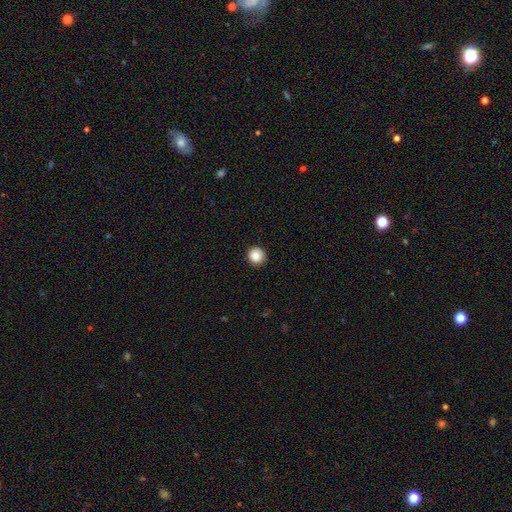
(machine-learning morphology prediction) Smooth or featured: smooth — 87% (star or artifact — 10%)
How rounded: round — 93% (in between — 6%)
Merging: none — 89% (minor disturbance — 8%)